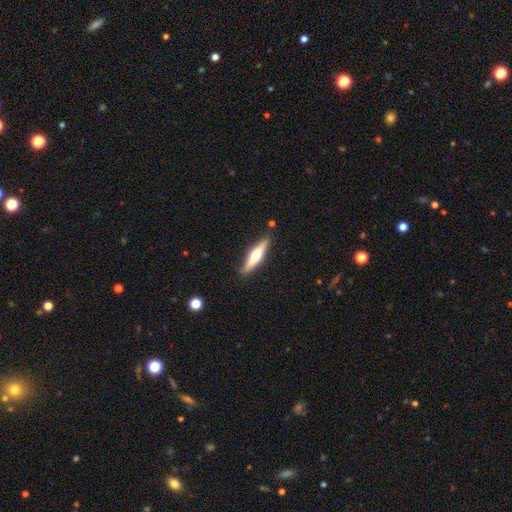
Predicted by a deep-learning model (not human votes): Overall: featured or disk (57%; smooth 38%). Edge-on disk: yes (95%). Edge-on bulge: rounded (92%). Merging: none (87%).